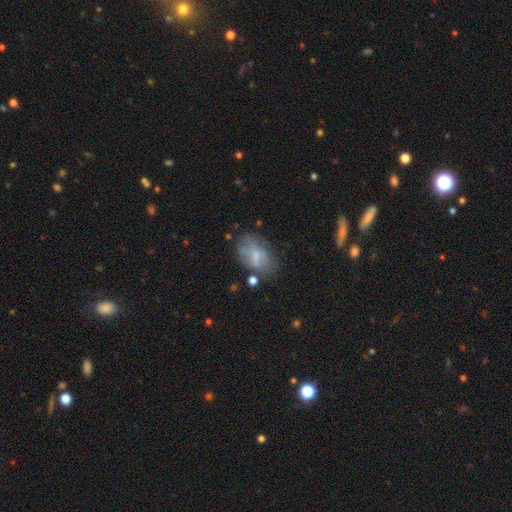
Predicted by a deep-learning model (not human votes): Smooth or featured? Predicted: smooth (p=0.53). How rounded? Predicted: in between (p=0.88). Merging? Predicted: none (p=0.50).